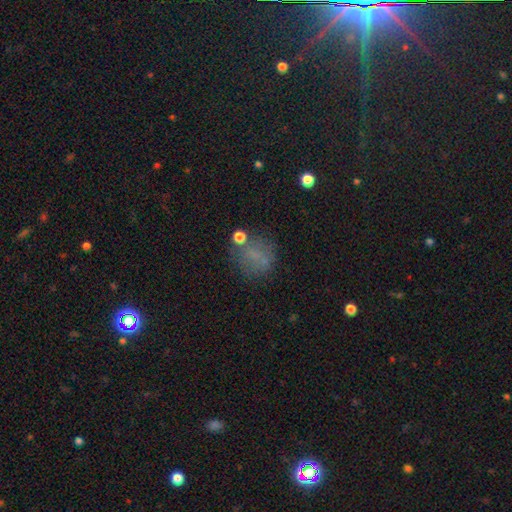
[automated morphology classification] Smooth or featured? smooth (58%)
How rounded? round (76%)
Merging? none (61%)